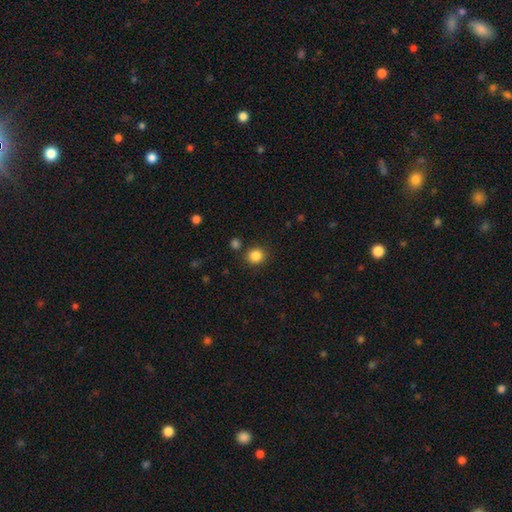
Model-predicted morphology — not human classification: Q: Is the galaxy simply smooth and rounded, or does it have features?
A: smooth — 85%.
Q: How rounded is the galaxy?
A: round — 85%.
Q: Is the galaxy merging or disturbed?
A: none — 86%.